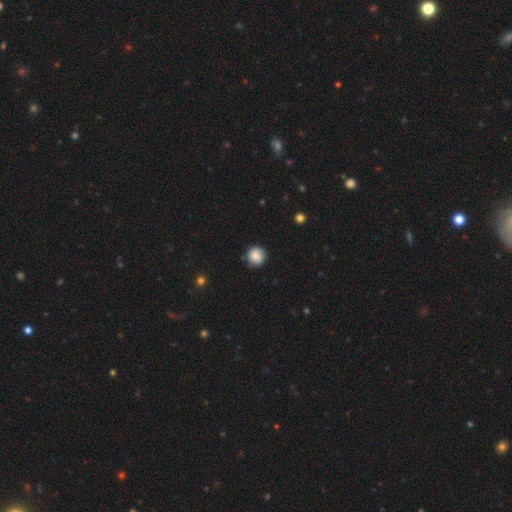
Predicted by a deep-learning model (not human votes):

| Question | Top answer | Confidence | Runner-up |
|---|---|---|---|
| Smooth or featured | smooth | 83% | star or artifact (9%) |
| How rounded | round | 92% | in between (7%) |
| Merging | none | 85% | minor disturbance (11%) |